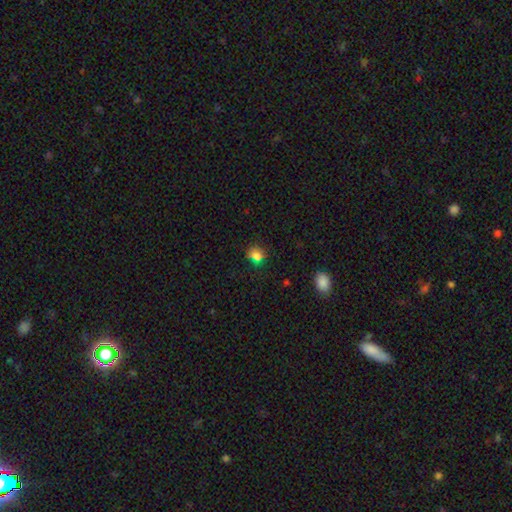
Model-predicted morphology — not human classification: smooth 74%, star or artifact 21%, featured or disk 5%. Down the decision tree: how rounded — round (72%); merging — none (78%).